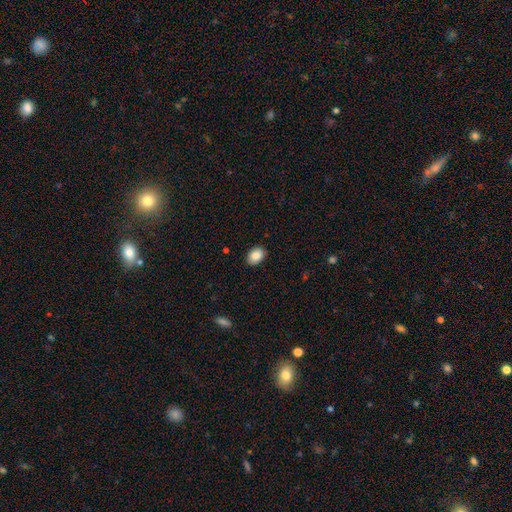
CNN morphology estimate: type=smooth (85%); roundness=in between (82%); merging=none (88%).